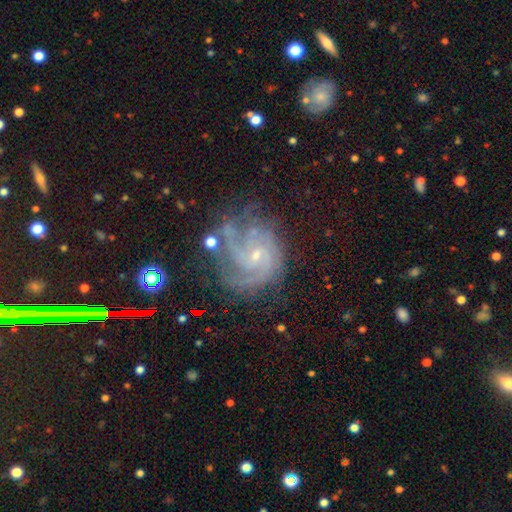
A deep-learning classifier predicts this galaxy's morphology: A featured or disk galaxy (87%) with no bar (60%), 3 (34%) tight (49%) spiral arms (97%) and a small central bulge (80%).

Vote fractions:
- Smooth or featured? featured or disk: 87% / star or artifact: 8% / smooth: 6%
- Edge-on disk? no: 98% / yes: 2%
- Bar? no: 60% / weak: 34% / strong: 7%
- Spiral arms? yes: 97% / no: 3%
- Spiral winding? tight: 49% / medium: 42% / loose: 9%
- Spiral arm count? 3: 34% / 2: 19% / can't tell: 19% / 4: 14% / more than 4: 7% / 1: 7%
- Bulge size? small: 80% / moderate: 14% / none: 4% / large: 1% / dominant: 1%
- Merging? none: 60% / minor disturbance: 22% / major disturbance: 15% / merger: 4%